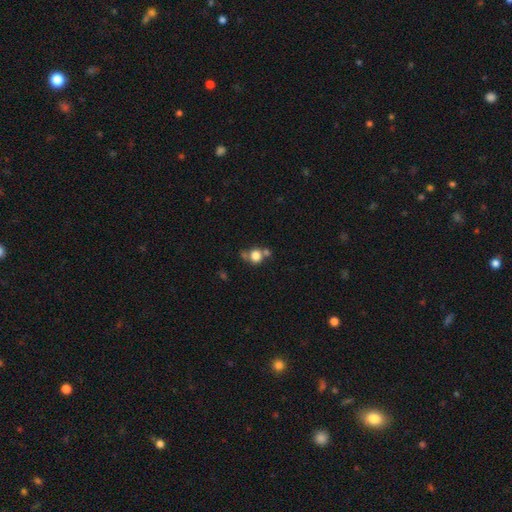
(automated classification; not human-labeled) The model was most divided on "merging": none: 51%, merger: 28%, minor disturbance: 14%, major disturbance: 7%. More confident: how rounded — round (83%); smooth or featured — smooth (77%).